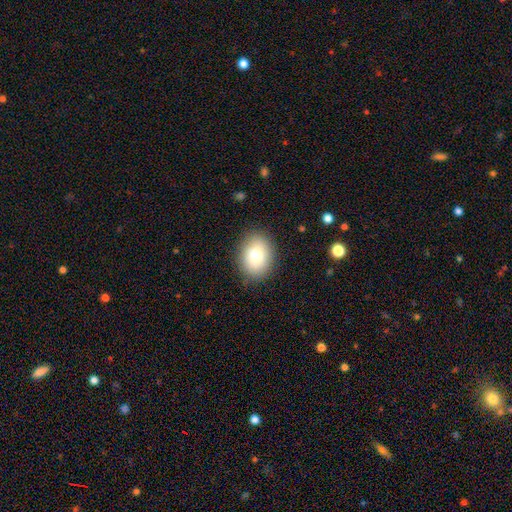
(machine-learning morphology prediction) type=smooth (77%); roundness=in between (66%); merging=none (86%).